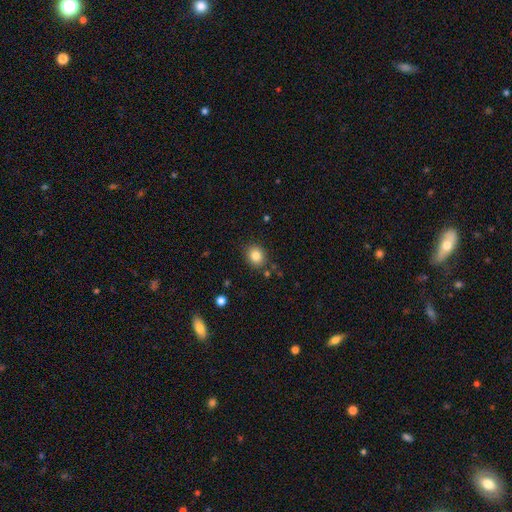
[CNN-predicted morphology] This appears to be a smooth galaxy with no disk features (83%) that is round (69%). Merging: none (85%).